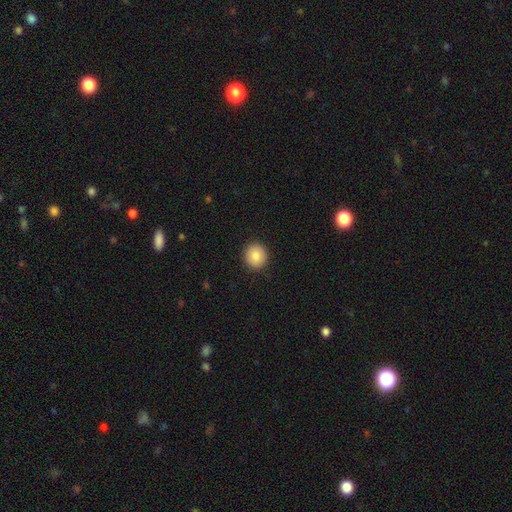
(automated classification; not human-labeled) This appears to be a smooth galaxy with no disk features (84%) that is round (91%). Merging: none (92%).